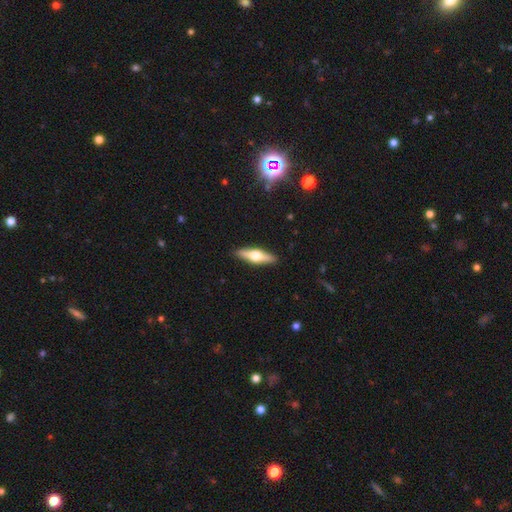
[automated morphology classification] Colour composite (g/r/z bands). It shows a featured or disk galaxy (56%) viewed edge-on (94%) with a rounded central bulge (94%). Merging: none (90%).